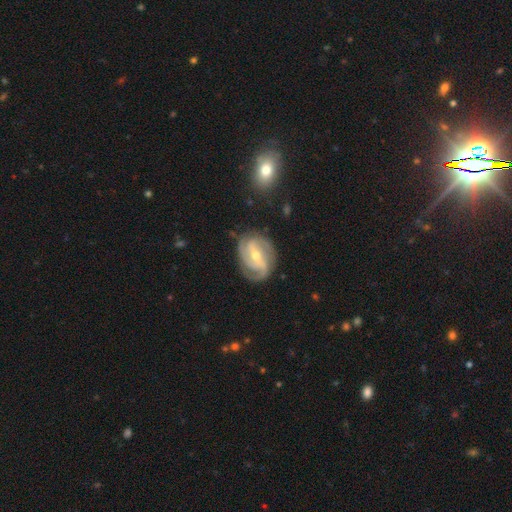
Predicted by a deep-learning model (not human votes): featured or disk 88%, smooth 7%, star or artifact 5%. Down the decision tree: edge-on disk — no (97%); bar — weak (45%); spiral arms — yes (97%); spiral arm count — 3 (46%); spiral winding — tight (49%); bulge size — moderate (52%); merging — none (74%).